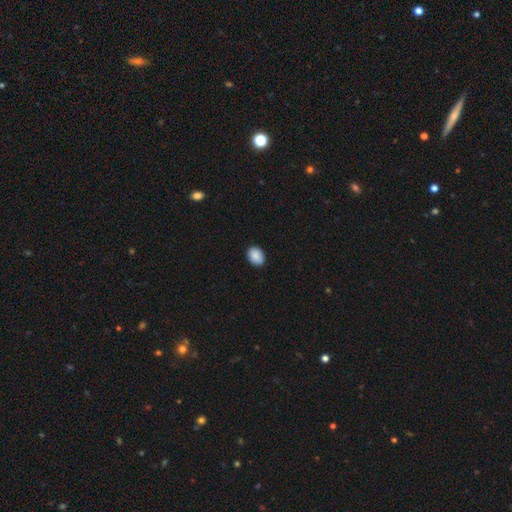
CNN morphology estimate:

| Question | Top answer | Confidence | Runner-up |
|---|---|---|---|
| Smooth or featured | smooth | 90% | star or artifact (7%) |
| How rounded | in between | 68% | round (31%) |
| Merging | none | 89% | minor disturbance (9%) |